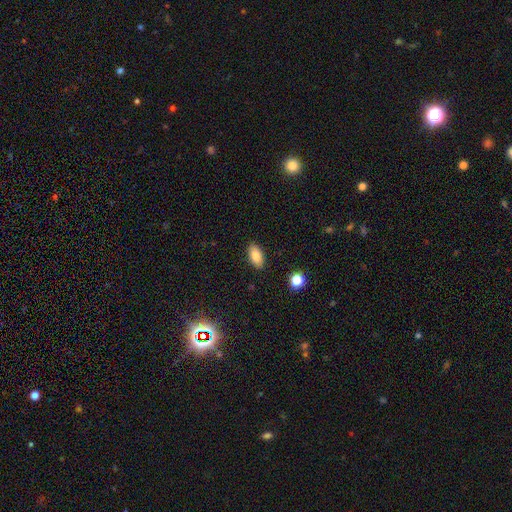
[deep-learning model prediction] This appears to be a smooth galaxy with no disk features (84%) that is in between round and cigar-shaped (90%). Merging: none (88%).